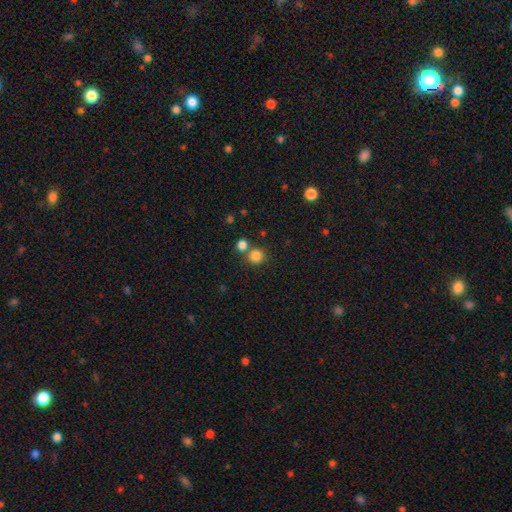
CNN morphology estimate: smooth 83%, star or artifact 12%, featured or disk 5%. Down the decision tree: how rounded — round (91%); merging — none (68%).